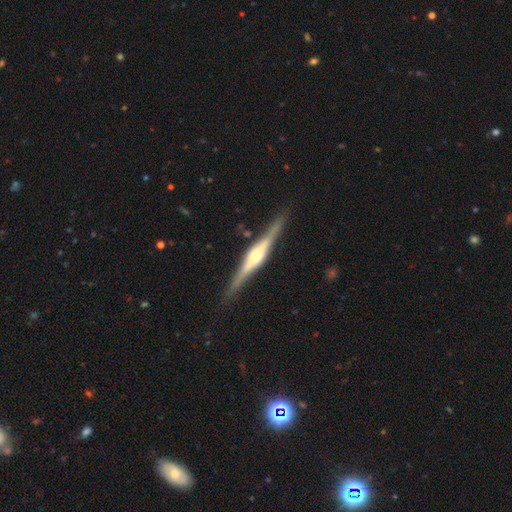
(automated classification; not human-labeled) featured or disk 84%, smooth 11%, star or artifact 5%. Down the decision tree: edge-on disk — yes (98%); edge-on bulge — rounded (68%); merging — none (89%).